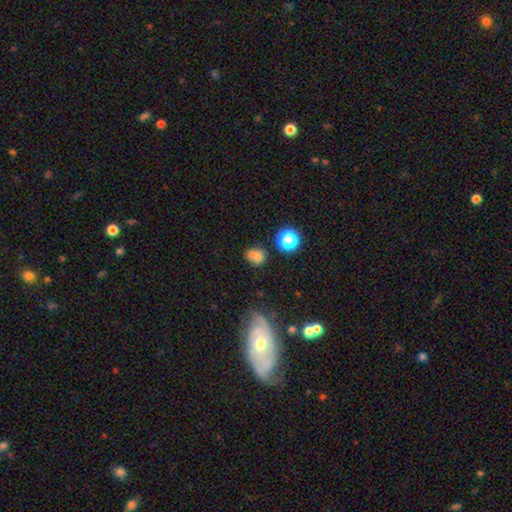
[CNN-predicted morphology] smooth 70%, star or artifact 18%, featured or disk 13%. Down the decision tree: how rounded — round (70%); merging — none (44%).